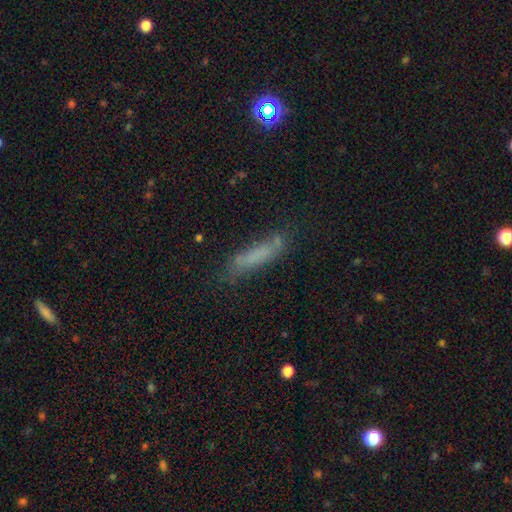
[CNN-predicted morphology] Smooth or featured?
  - smooth: 69% *
  - featured or disk: 20%
  - star or artifact: 11%
How rounded?
  - cigar-shaped: 80% *
  - in between: 18%
  - round: 2%
Merging?
  - none: 66% *
  - minor disturbance: 21%
  - major disturbance: 9%
  - merger: 4%